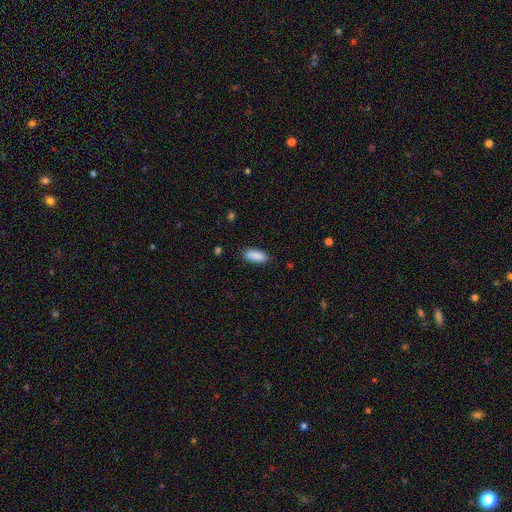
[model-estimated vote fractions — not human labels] The model was most divided on "how rounded": in between: 82%, cigar-shaped: 16%, round: 2%. More confident: smooth or featured — smooth (90%); merging — none (85%).